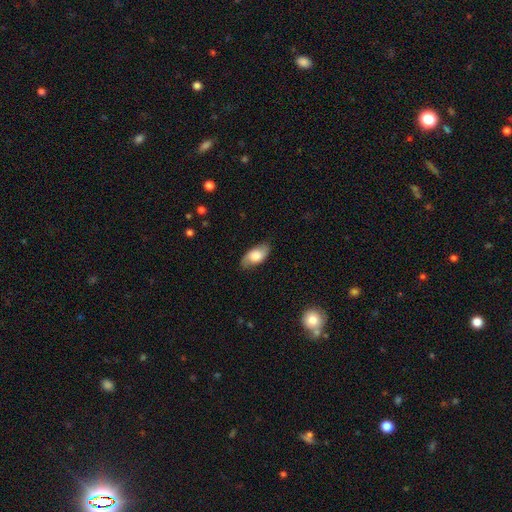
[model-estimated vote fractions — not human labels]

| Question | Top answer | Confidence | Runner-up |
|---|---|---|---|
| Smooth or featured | smooth | 68% | featured or disk (25%) |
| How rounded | in between | 91% | cigar-shaped (5%) |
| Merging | none | 81% | minor disturbance (15%) |